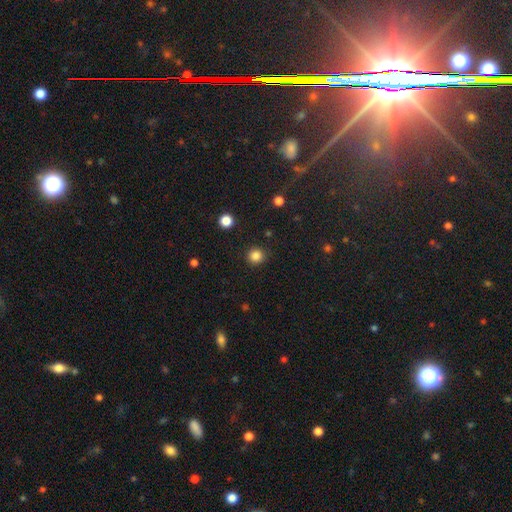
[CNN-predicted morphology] Q: Smooth or featured?
A: smooth (84%); runner-up: star or artifact (13%)
Q: How rounded?
A: round (93%); runner-up: in between (6%)
Q: Merging?
A: none (91%); runner-up: minor disturbance (6%)